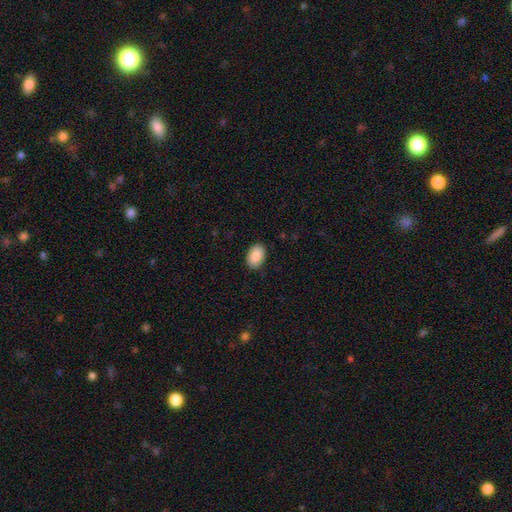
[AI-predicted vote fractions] smooth-or-featured: smooth: 88% | star or artifact: 7% | featured or disk: 5%
  how-rounded: in between: 90% | round: 9% | cigar-shaped: 1%
  merging: none: 89% | minor disturbance: 9% | major disturbance: 2% | merger: 1%